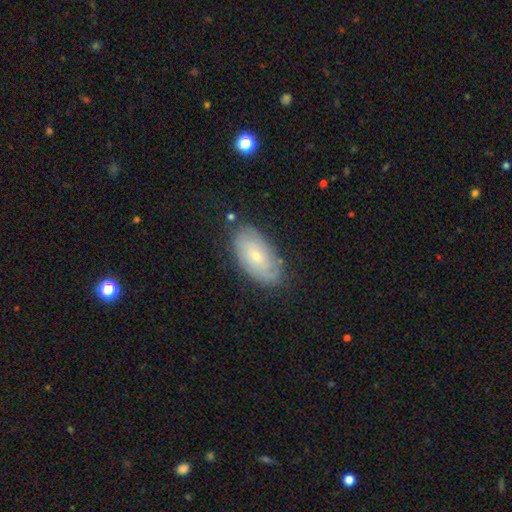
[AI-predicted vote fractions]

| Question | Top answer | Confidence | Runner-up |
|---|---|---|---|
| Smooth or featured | smooth | 48% | featured or disk (45%) |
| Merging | none | 78% | minor disturbance (17%) |